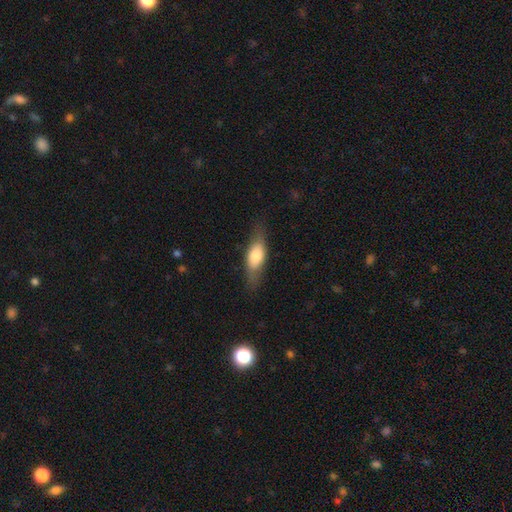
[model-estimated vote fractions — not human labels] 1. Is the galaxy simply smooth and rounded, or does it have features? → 65% smooth, 29% featured or disk, 6% star or artifact.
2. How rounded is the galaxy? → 66% in between, 31% cigar-shaped, 4% round.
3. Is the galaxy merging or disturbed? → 73% none, 19% minor disturbance, 6% major disturbance, 1% merger.